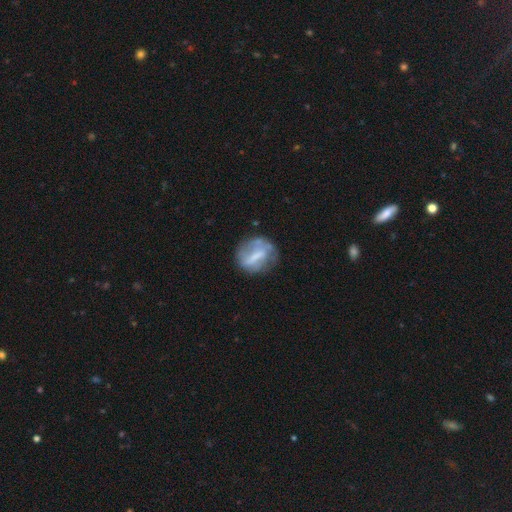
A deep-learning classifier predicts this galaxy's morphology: The model was most divided on "bar": strong: 44%, weak: 35%, no: 21%. Remaining: edge-on disk — no (95%); spiral arms — no (65%); merging — none (59%); smooth or featured — featured or disk (54%); bulge size — none (39%).